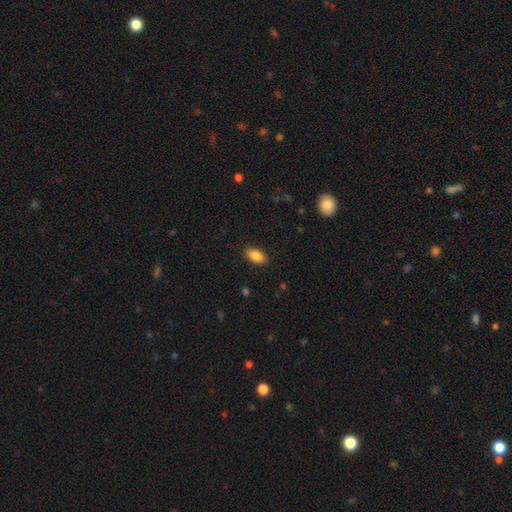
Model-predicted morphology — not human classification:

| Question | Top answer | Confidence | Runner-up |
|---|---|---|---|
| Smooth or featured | smooth | 87% | star or artifact (8%) |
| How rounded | in between | 91% | cigar-shaped (5%) |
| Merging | none | 89% | minor disturbance (8%) |